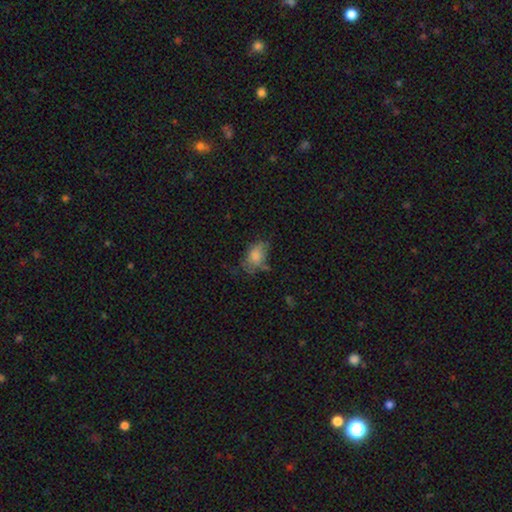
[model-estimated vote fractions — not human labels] Smooth or featured: smooth — 76% (featured or disk — 15%)
How rounded: in between — 85% (round — 14%)
Merging: none — 43% (minor disturbance — 32%)